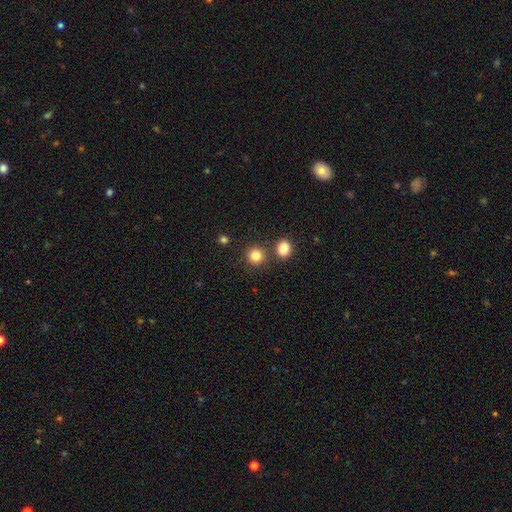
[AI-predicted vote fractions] smooth 83%, star or artifact 12%, featured or disk 5%. Down the decision tree: how rounded — round (90%); merging — none (79%).